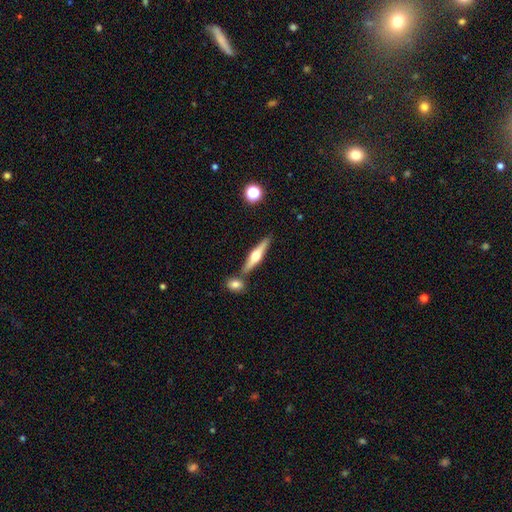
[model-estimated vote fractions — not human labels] This appears to be a featured or disk galaxy (62%) viewed edge-on (96%) with a rounded central bulge (94%). Merging: none (76%).